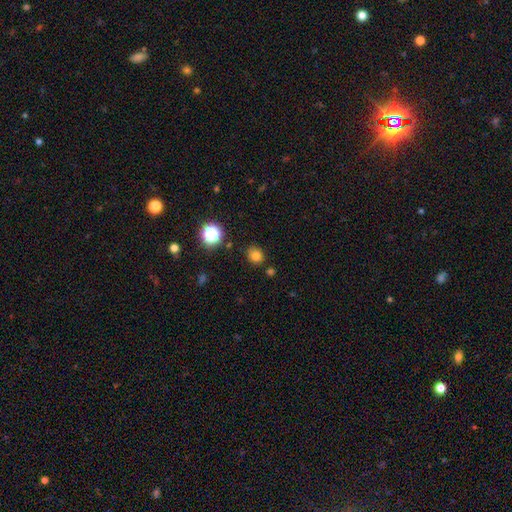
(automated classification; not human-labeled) Q: Smooth or featured?
A: smooth (77%); runner-up: star or artifact (17%)
Q: How rounded?
A: round (74%); runner-up: in between (25%)
Q: Merging?
A: none (82%); runner-up: minor disturbance (11%)